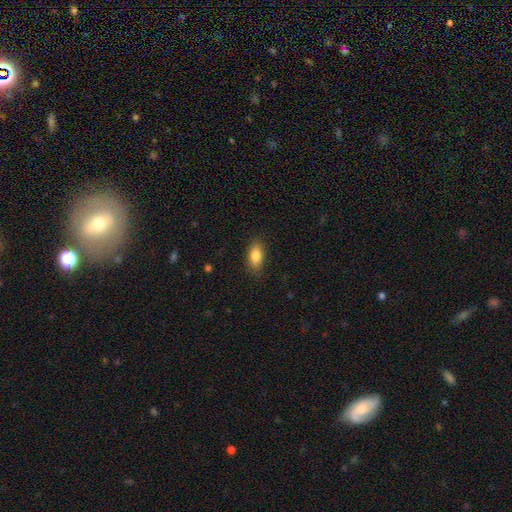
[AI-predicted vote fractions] This is clearly a smooth galaxy (84%). How rounded: clearly in between (88%). Merging: clearly none (84%).